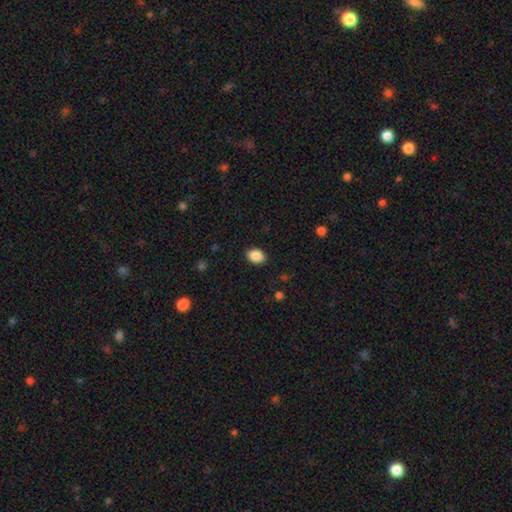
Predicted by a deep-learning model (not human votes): Smooth or featured: smooth — 89% (star or artifact — 8%)
How rounded: in between — 80% (round — 19%)
Merging: none — 88% (minor disturbance — 9%)